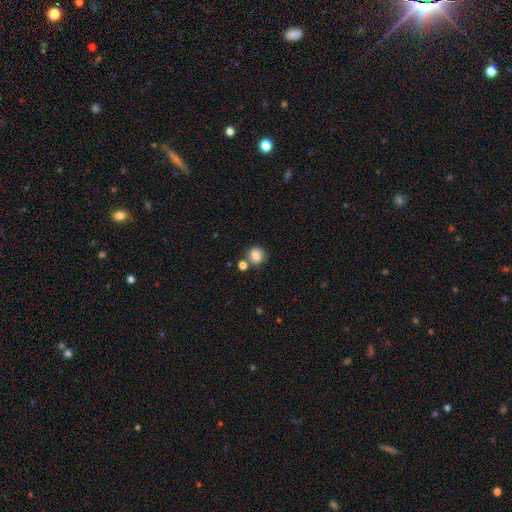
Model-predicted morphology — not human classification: Overall: smooth (84%). How rounded: round (75%). Merging: none (65%).